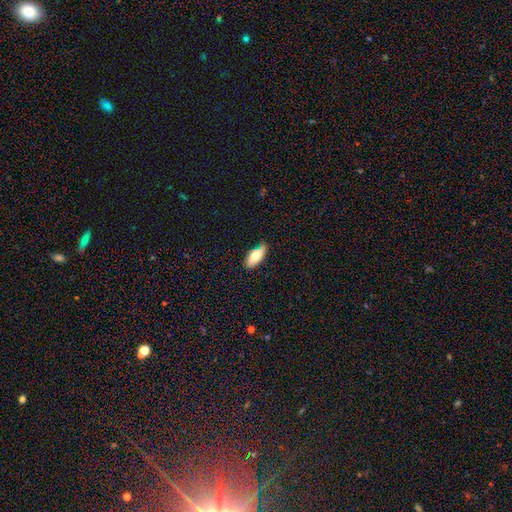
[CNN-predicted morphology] Smooth or featured? smooth (70%)
How rounded? in between (86%)
Merging? none (75%)